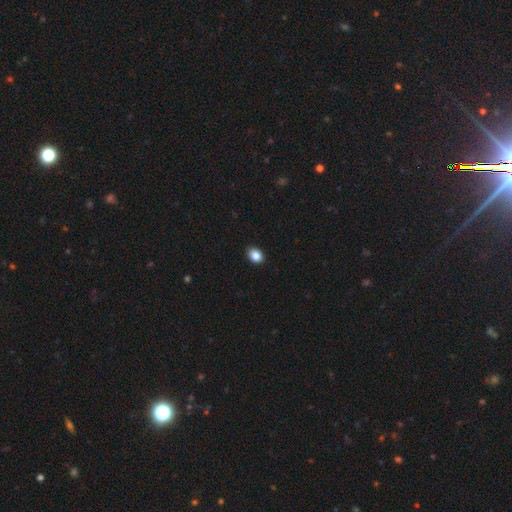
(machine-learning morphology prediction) Smooth or featured? Predicted: smooth (p=0.87). How rounded? Predicted: in between (p=0.67). Merging? Predicted: none (p=0.89).